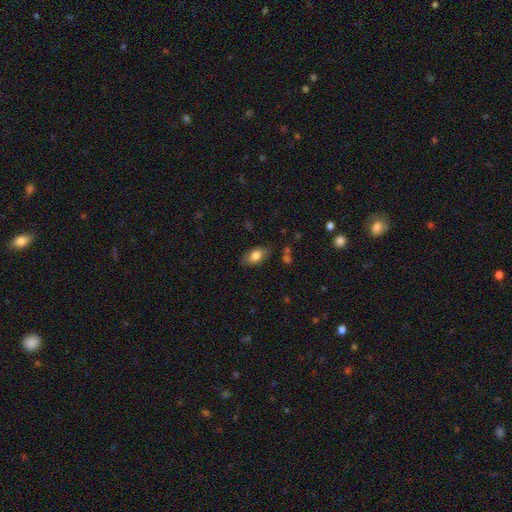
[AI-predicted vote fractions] smooth 79%, featured or disk 13%, star or artifact 7%. Down the decision tree: how rounded — in between (91%); merging — none (80%).